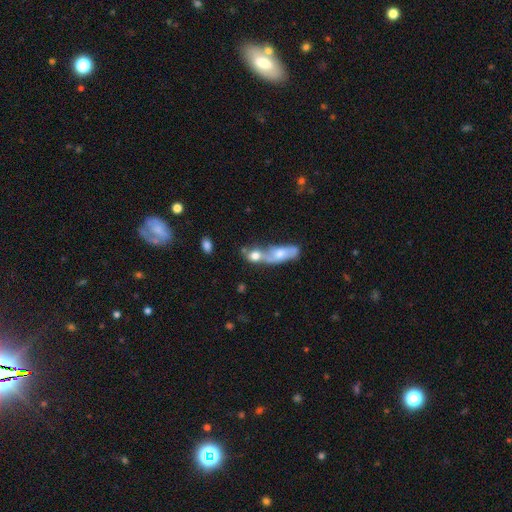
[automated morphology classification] Q: Smooth or featured?
A: smooth (66%); runner-up: featured or disk (24%)
Q: How rounded?
A: in between (50%); runner-up: round (39%)
Q: Merging?
A: merger (66%); runner-up: none (20%)